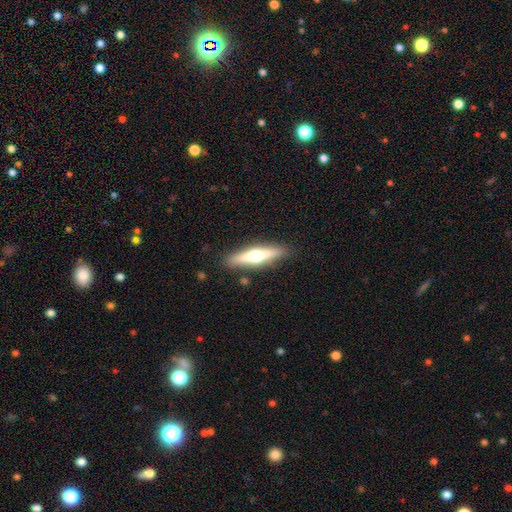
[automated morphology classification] The model was most divided on "smooth or featured": featured or disk: 57%, smooth: 37%, star or artifact: 6%. More confident: edge-on bulge — rounded (94%); edge-on disk — yes (93%); merging — none (87%).